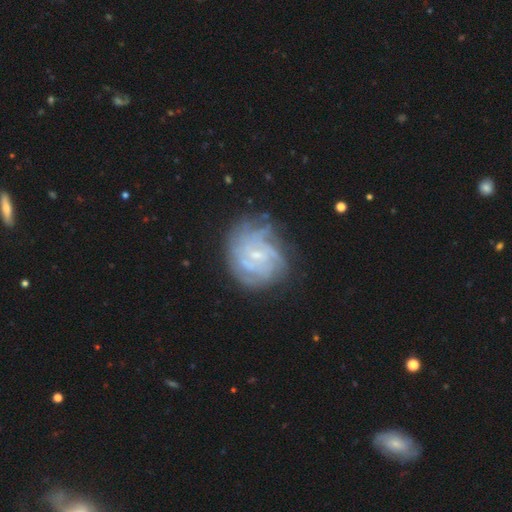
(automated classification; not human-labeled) A featured or disk galaxy (79%) with a weak bar (47%), tight (63%) spiral arms (90%) and a small central bulge (72%).

Vote fractions:
- Smooth or featured? featured or disk: 79% / smooth: 13% / star or artifact: 8%
- Edge-on disk? no: 98% / yes: 2%
- Bar? weak: 47% / no: 44% / strong: 9%
- Spiral arms? yes: 90% / no: 10%
- Spiral winding? tight: 63% / medium: 28% / loose: 8%
- Spiral arm count? can't tell: 44% / 4: 18% / 3: 12% / 2: 10% / more than 4: 10% / 1: 6%
- Bulge size? small: 72% / moderate: 18% / none: 8% / large: 1% / dominant: 1%
- Merging? none: 67% / minor disturbance: 20% / major disturbance: 11% / merger: 2%